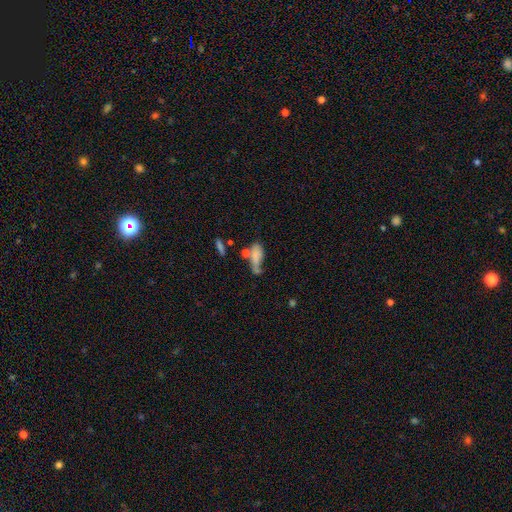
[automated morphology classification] smooth_or_featured: smooth (p=0.68) [alt: featured or disk p=0.21]
how_rounded: in between (p=0.71) [alt: cigar-shaped p=0.24]
merging: none (p=0.28) [alt: merger p=0.26]